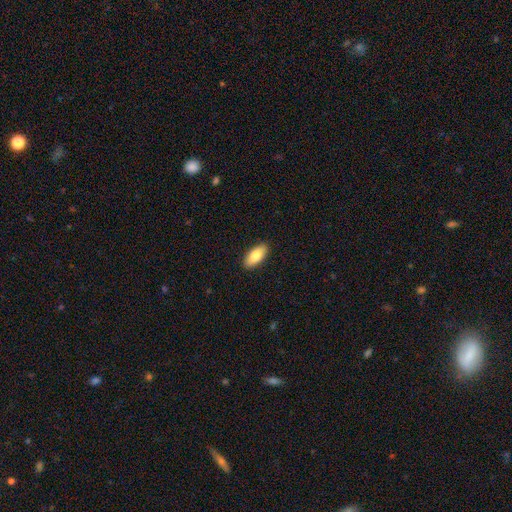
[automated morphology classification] This appears to be a smooth galaxy with no disk features (80%) that is in between round and cigar-shaped (87%). Merging: none (90%).